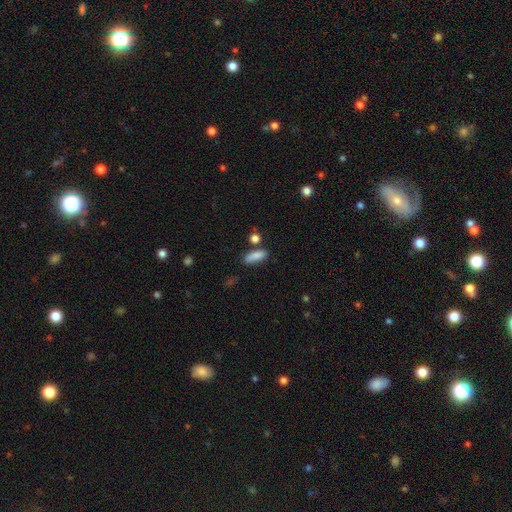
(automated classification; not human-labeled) Smooth or featured?
  - smooth: 85% *
  - star or artifact: 8%
  - featured or disk: 7%
How rounded?
  - in between: 66% *
  - cigar-shaped: 30%
  - round: 4%
Merging?
  - none: 71% *
  - minor disturbance: 16%
  - merger: 8%
  - major disturbance: 5%